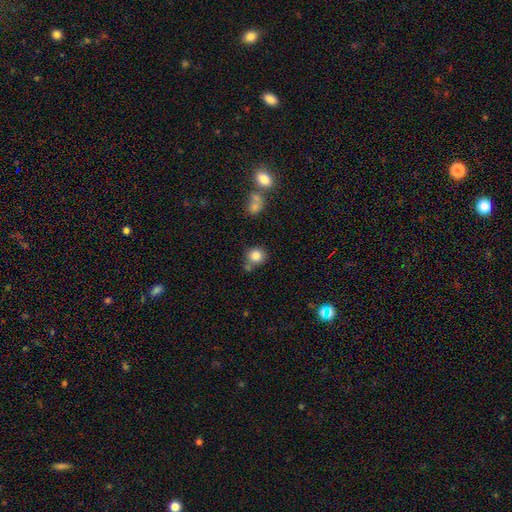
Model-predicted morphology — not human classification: A smooth galaxy with no disk features (83%) that is round (86%).

Vote fractions:
- Smooth or featured? smooth: 83% / star or artifact: 10% / featured or disk: 7%
- How rounded? round: 86% / in between: 13% / cigar-shaped: 1%
- Merging? none: 67% / merger: 15% / minor disturbance: 14% / major disturbance: 4%